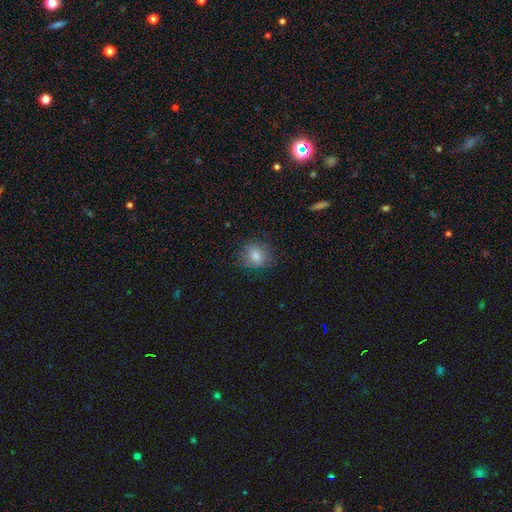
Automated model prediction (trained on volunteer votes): Q: Smooth or featured?
A: smooth (77%); runner-up: star or artifact (12%)
Q: How rounded?
A: round (77%); runner-up: in between (21%)
Q: Merging?
A: none (83%); runner-up: minor disturbance (12%)